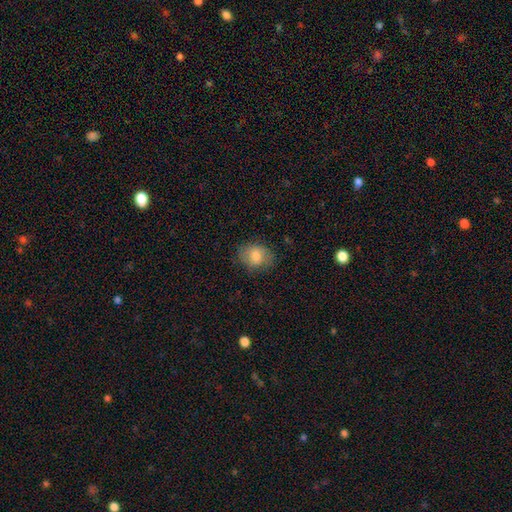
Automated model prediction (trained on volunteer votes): Morphology: type=smooth (77%); roundness=in between (61%); merging=none (71%).